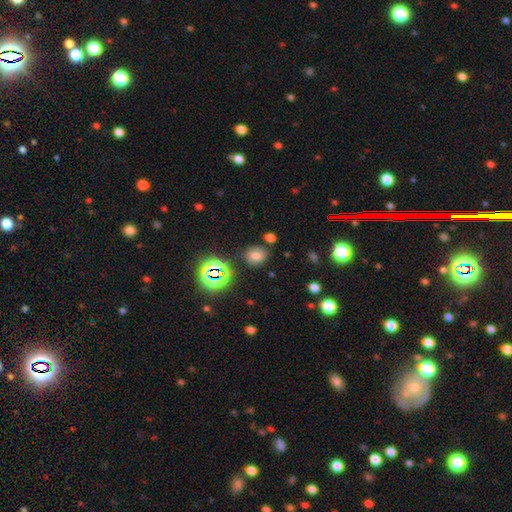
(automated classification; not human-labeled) Smooth or featured? smooth (60%)
How rounded? round (56%)
Merging? none (77%)